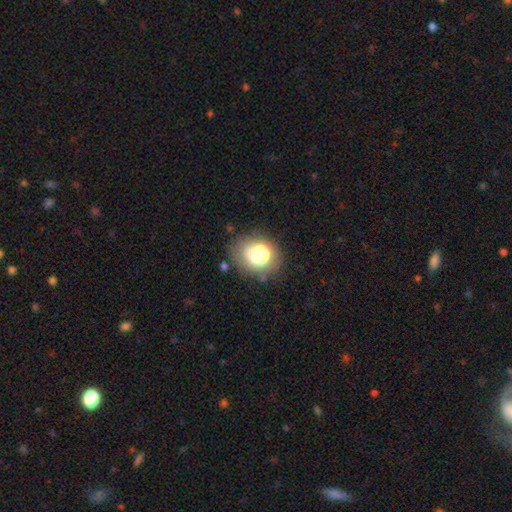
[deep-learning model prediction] The model was most divided on "how rounded": round: 66%, in between: 33%, cigar-shaped: 1%. More confident: smooth or featured — smooth (65%); merging — none (64%).